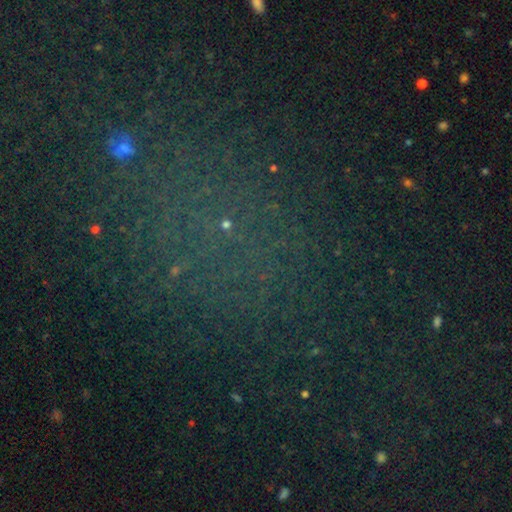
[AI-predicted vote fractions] Morphology: type=star or artifact (64%).